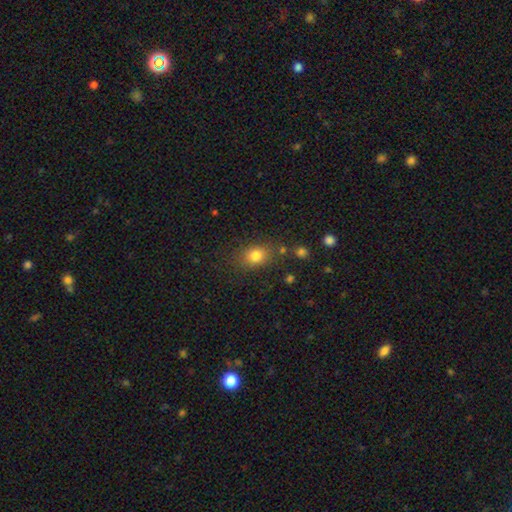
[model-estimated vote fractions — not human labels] This appears to be a smooth galaxy with no disk features (80%) that is in between round and cigar-shaped (57%). Merging: none (76%).